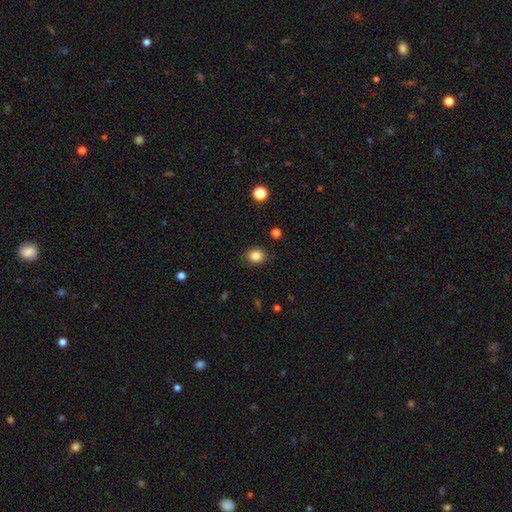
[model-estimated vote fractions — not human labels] smooth_or_featured: smooth (p=0.85) [alt: star or artifact p=0.11]
how_rounded: round (p=0.76) [alt: in between p=0.23]
merging: none (p=0.86) [alt: minor disturbance p=0.10]